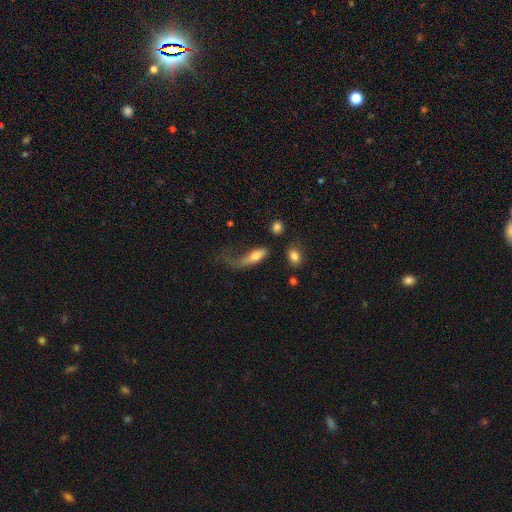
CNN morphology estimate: This appears to be a smooth galaxy with no disk features (66%) that is in between round and cigar-shaped (59%). Merging: major disturbance (57%).